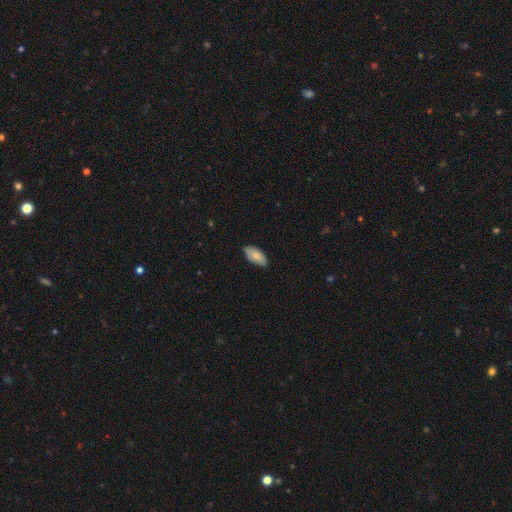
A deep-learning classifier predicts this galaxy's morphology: Smooth or featured? smooth (77%)
How rounded? in between (93%)
Merging? none (82%)